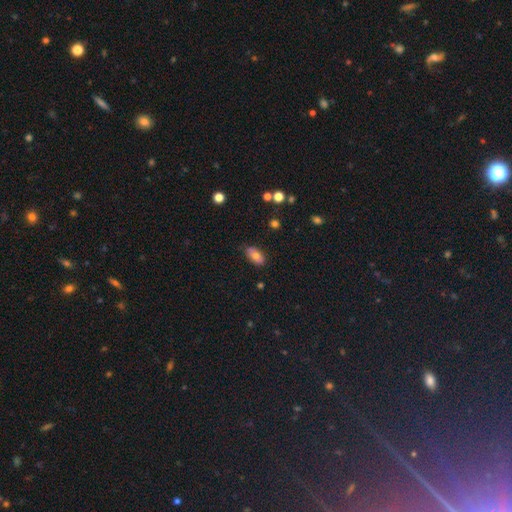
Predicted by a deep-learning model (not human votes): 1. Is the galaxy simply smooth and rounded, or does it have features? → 74% smooth, 17% featured or disk, 10% star or artifact.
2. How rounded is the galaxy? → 91% in between, 5% round, 4% cigar-shaped.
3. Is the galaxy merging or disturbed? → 77% none, 19% minor disturbance, 3% major disturbance, 2% merger.